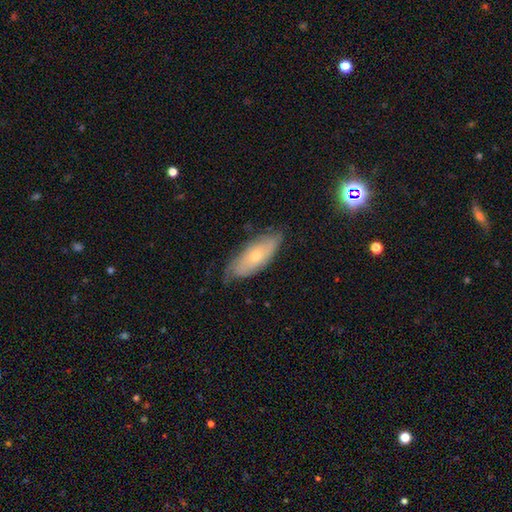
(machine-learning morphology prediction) A featured or disk galaxy (52%).

Vote fractions:
- Smooth or featured? featured or disk: 52% / smooth: 40% / star or artifact: 7%
- Edge-on disk? no: 76% / yes: 24%
- Merging? none: 71% / minor disturbance: 23% / major disturbance: 5% / merger: 1%